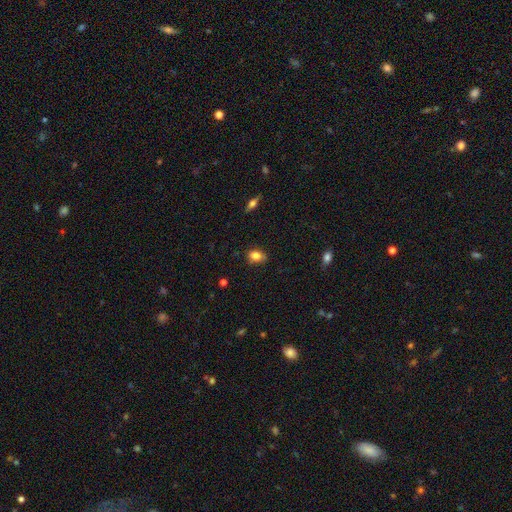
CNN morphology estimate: smooth_or_featured: smooth (p=0.79) [alt: featured or disk p=0.11]
how_rounded: in between (p=0.74) [alt: round p=0.24]
merging: none (p=0.74) [alt: minor disturbance p=0.20]